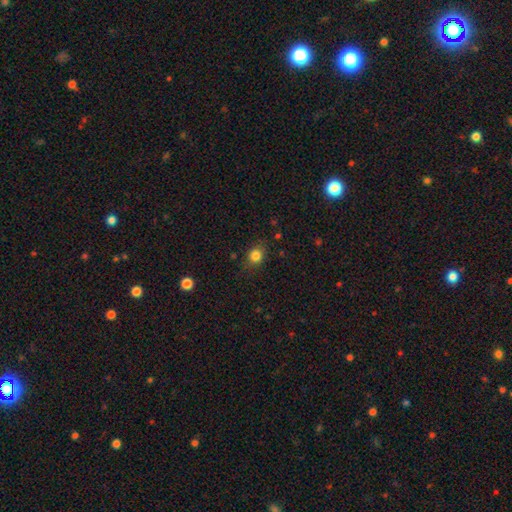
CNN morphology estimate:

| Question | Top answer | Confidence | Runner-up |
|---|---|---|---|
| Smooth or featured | smooth | 82% | star or artifact (12%) |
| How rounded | round | 69% | in between (29%) |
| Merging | none | 80% | minor disturbance (14%) |